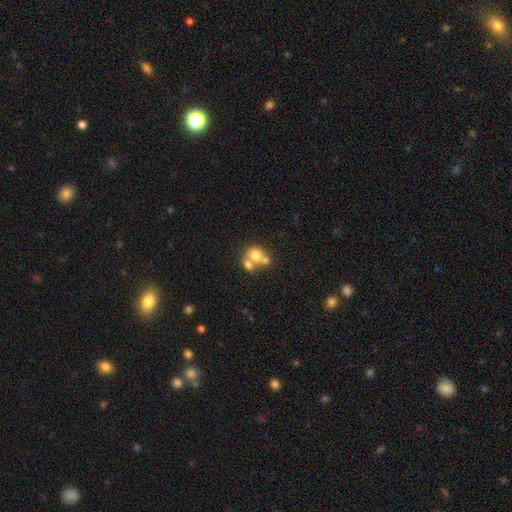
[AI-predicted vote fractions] A smooth galaxy with no disk features (68%) that is round (64%).

Vote fractions:
- Smooth or featured? smooth: 68% / featured or disk: 20% / star or artifact: 12%
- How rounded? round: 64% / in between: 35% / cigar-shaped: 1%
- Merging? merger: 57% / none: 31% / minor disturbance: 8% / major disturbance: 5%